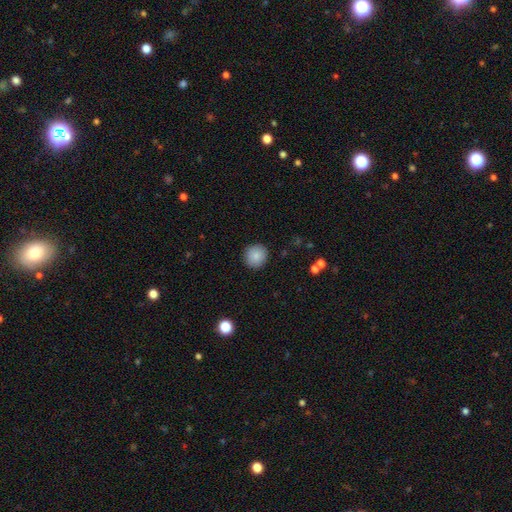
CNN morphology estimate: A smooth galaxy with no disk features (86%) that is round (93%).

Vote fractions:
- Smooth or featured? smooth: 86% / star or artifact: 8% / featured or disk: 5%
- How rounded? round: 93% / in between: 6% / cigar-shaped: 1%
- Merging? none: 91% / minor disturbance: 6% / major disturbance: 2% / merger: 1%